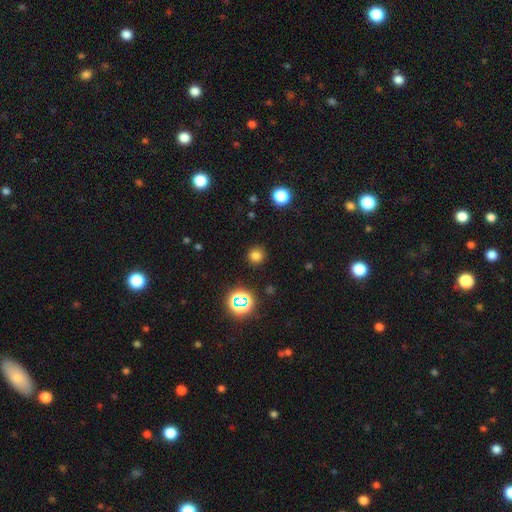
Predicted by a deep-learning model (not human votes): Smooth or featured: smooth — 75% (star or artifact — 20%)
How rounded: round — 91% (in between — 9%)
Merging: none — 88% (minor disturbance — 7%)